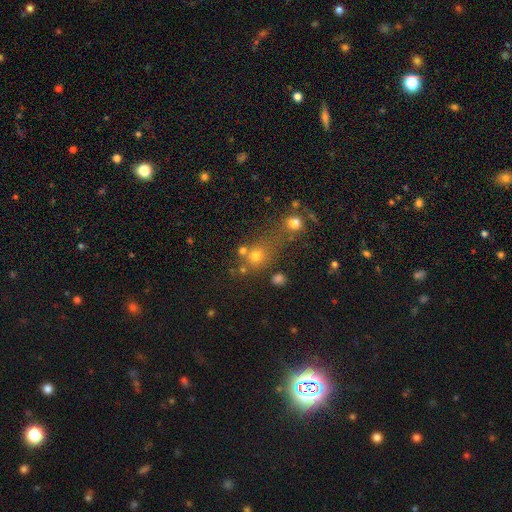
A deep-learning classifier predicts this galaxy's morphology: Overall: smooth (67%). How rounded: round (80%). Merging: none (49%; merger 32%).